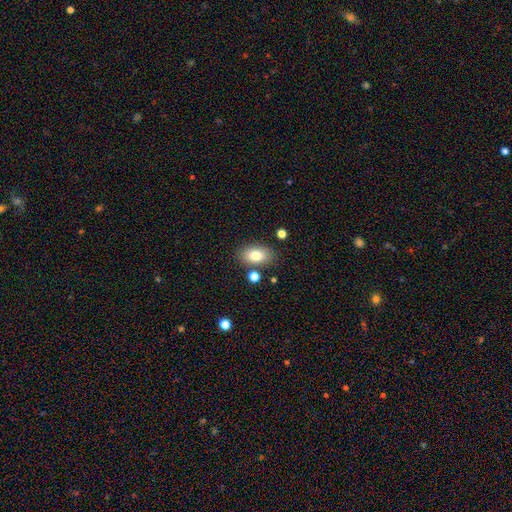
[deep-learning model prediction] Morphology: type=smooth (80%); roundness=in between (88%); merging=none (80%).